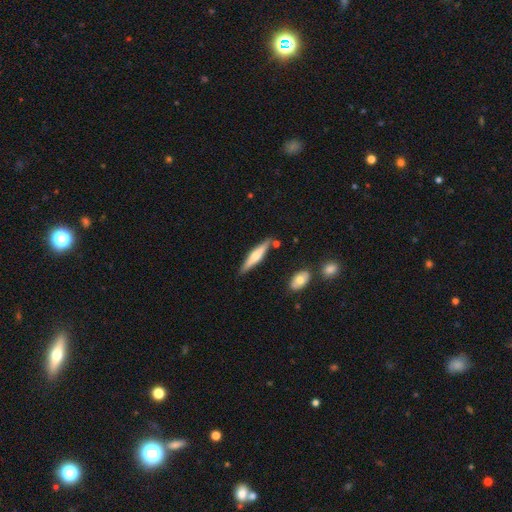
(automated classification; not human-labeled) This is possibly a featured or disk galaxy (51%). It is clearly viewed edge-on (96%). Merging: clearly none (84%).